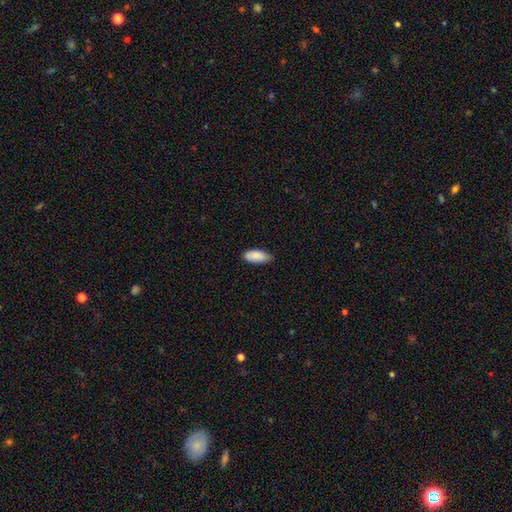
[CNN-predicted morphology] The model was most divided on "merging": none: 70%, minor disturbance: 26%, major disturbance: 3%, merger: 1%. More confident: smooth or featured — smooth (88%); how rounded — in between (86%).